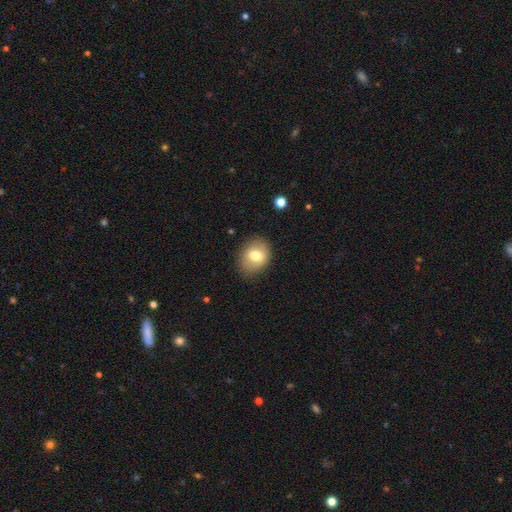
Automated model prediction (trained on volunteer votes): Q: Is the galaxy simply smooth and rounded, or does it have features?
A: smooth — 73%.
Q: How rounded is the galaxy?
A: in between — 52%.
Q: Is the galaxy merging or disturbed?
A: none — 81%.